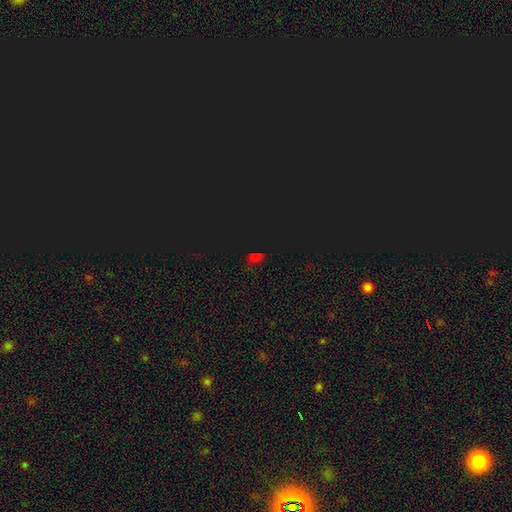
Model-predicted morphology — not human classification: A star or artifact, not a galaxy (69%).